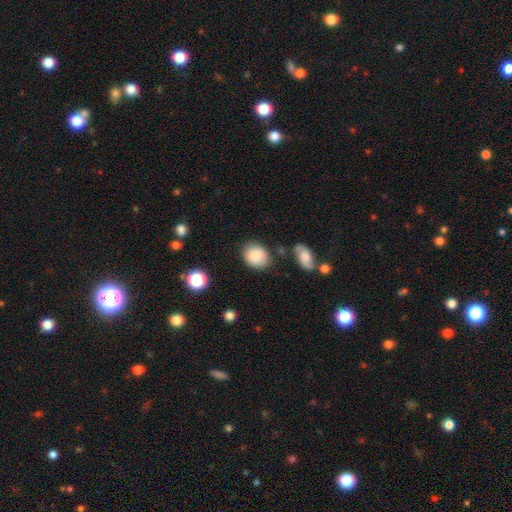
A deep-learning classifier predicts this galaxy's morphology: smooth-or-featured: smooth: 85% | star or artifact: 8% | featured or disk: 7%
  how-rounded: round: 58% | in between: 41% | cigar-shaped: 1%
  merging: none: 76% | minor disturbance: 15% | merger: 5% | major disturbance: 4%